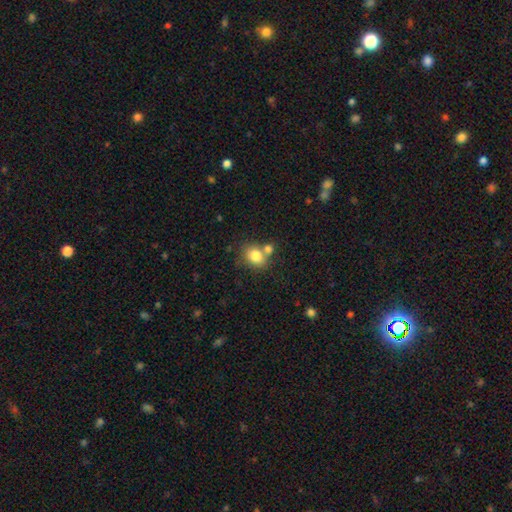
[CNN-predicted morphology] Smooth or featured? Predicted: smooth (p=0.81). How rounded? Predicted: in between (p=0.52). Merging? Predicted: none (p=0.53).